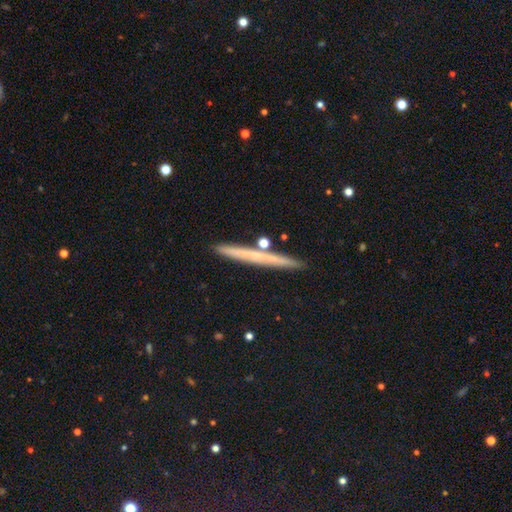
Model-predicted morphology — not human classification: Smooth or featured?
  - featured or disk: 48% *
  - smooth: 43%
  - star or artifact: 9%
Merging?
  - none: 88% *
  - minor disturbance: 7%
  - merger: 3%
  - major disturbance: 2%